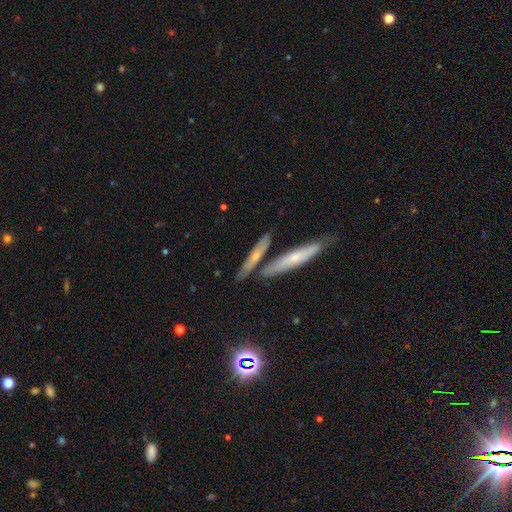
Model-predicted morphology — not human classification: Smooth or featured? smooth (50%)
Merging? none (69%)